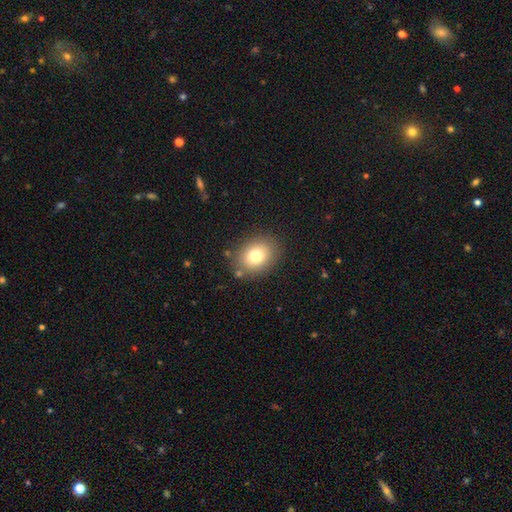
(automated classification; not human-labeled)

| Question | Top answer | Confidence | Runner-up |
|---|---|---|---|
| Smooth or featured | smooth | 78% | featured or disk (12%) |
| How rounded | in between | 56% | round (44%) |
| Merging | none | 83% | minor disturbance (11%) |